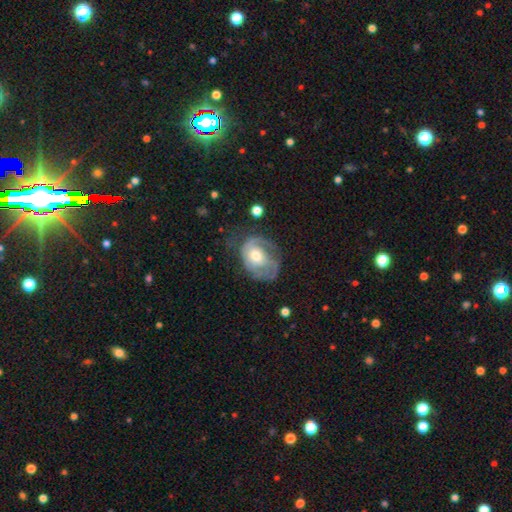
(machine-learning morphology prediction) smooth_or_featured: featured or disk (p=0.73) [alt: smooth p=0.21]
disk_edge_on: no (p=0.97) [alt: yes p=0.03]
bar: no (p=0.70) [alt: weak p=0.25]
has_spiral_arms: yes (p=0.85) [alt: no p=0.15]
spiral_winding: tight (p=0.49) [alt: medium p=0.36]
spiral_arm_count: 2 (p=0.36) [alt: can't tell p=0.31]
bulge_size: moderate (p=0.69) [alt: small p=0.16]
merging: none (p=0.49) [alt: minor disturbance p=0.26]